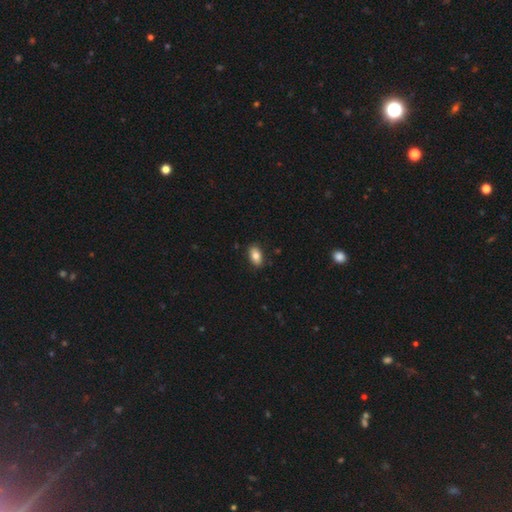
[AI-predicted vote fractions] Smooth or featured?
  - smooth: 81% *
  - featured or disk: 11%
  - star or artifact: 8%
How rounded?
  - in between: 91% *
  - round: 6%
  - cigar-shaped: 3%
Merging?
  - none: 87% *
  - minor disturbance: 10%
  - major disturbance: 2%
  - merger: 1%